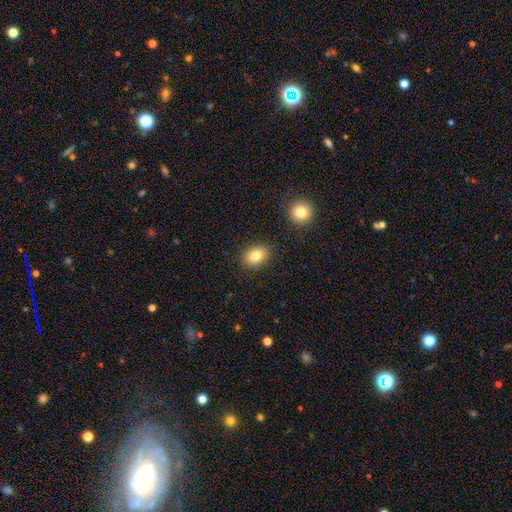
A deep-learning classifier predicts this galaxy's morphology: smooth_or_featured: smooth (p=0.83) [alt: star or artifact p=0.09]
how_rounded: in between (p=0.67) [alt: round p=0.32]
merging: none (p=0.85) [alt: minor disturbance p=0.10]